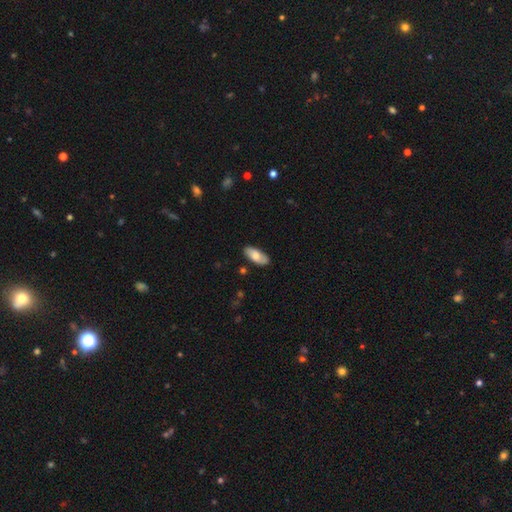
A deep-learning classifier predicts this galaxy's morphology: The model was most divided on "smooth or featured": smooth: 72%, featured or disk: 22%, star or artifact: 6%. More confident: how rounded — in between (87%); merging — none (83%).